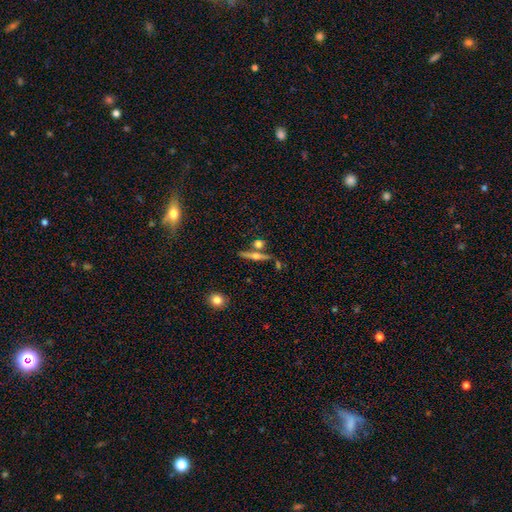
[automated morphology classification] This is likely a featured or disk galaxy (66%). It is clearly viewed edge-on (96%). Edge-on bulge: clearly rounded (91%). Merging: likely none (73%).